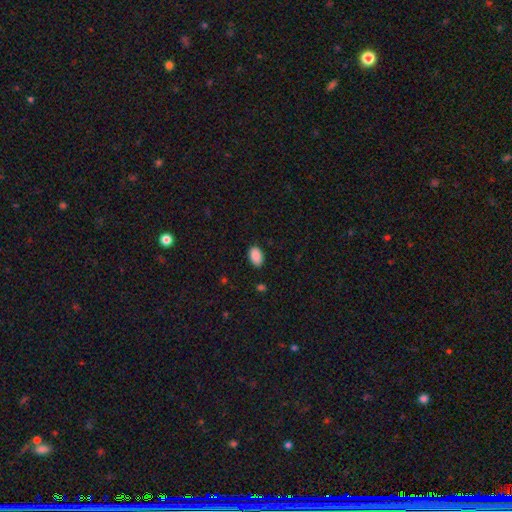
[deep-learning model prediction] Smooth or featured? smooth (90%)
How rounded? in between (92%)
Merging? none (86%)